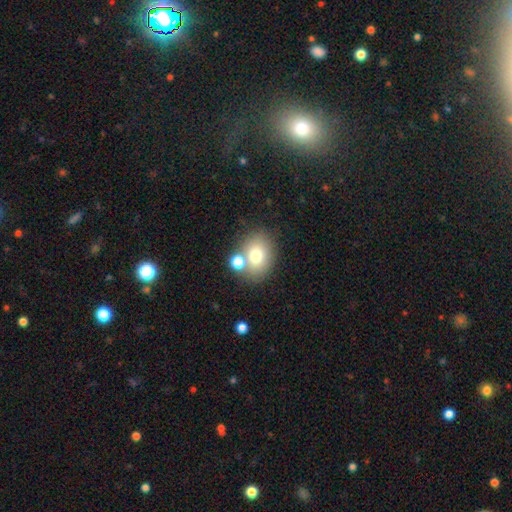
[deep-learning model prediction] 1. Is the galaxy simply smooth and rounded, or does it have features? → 73% smooth, 15% featured or disk, 12% star or artifact.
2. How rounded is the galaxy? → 51% in between, 48% round, 1% cigar-shaped.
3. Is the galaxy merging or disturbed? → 63% none, 22% merger, 11% minor disturbance, 4% major disturbance.